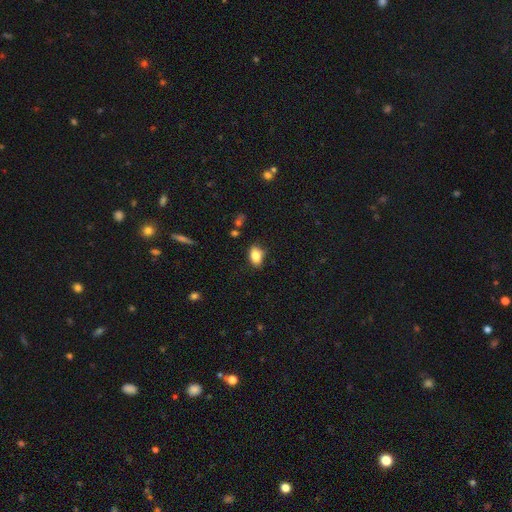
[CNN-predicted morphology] Smooth or featured? Predicted: smooth (p=0.82). How rounded? Predicted: in between (p=0.84). Merging? Predicted: none (p=0.80).